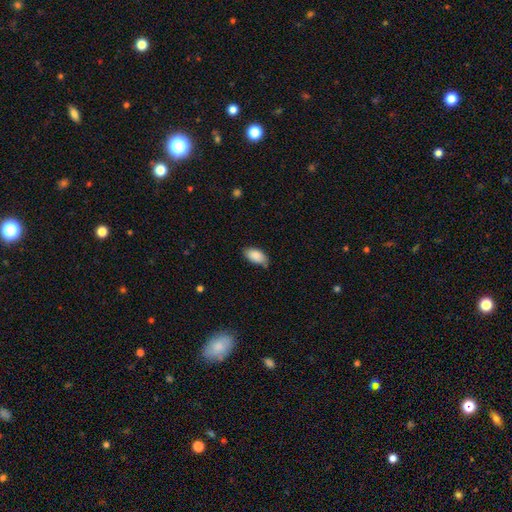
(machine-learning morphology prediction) A smooth galaxy with no disk features (88%) that is in between round and cigar-shaped (94%).

Vote fractions:
- Smooth or featured? smooth: 88% / star or artifact: 6% / featured or disk: 5%
- How rounded? in between: 94% / cigar-shaped: 4% / round: 2%
- Merging? none: 75% / minor disturbance: 20% / major disturbance: 3% / merger: 2%